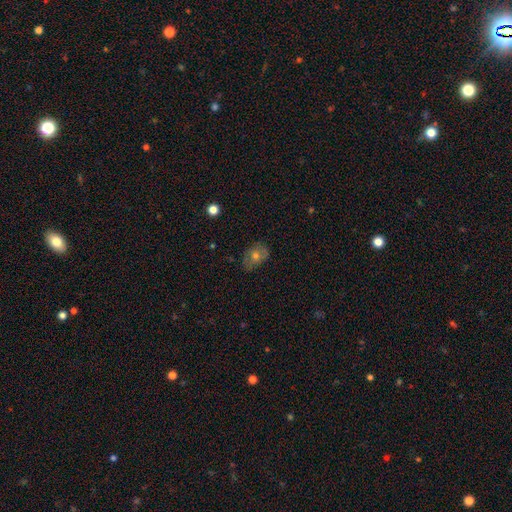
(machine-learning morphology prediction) This is possibly a smooth galaxy (54%). How rounded: likely in between (66%). Merging: likely none (73%).